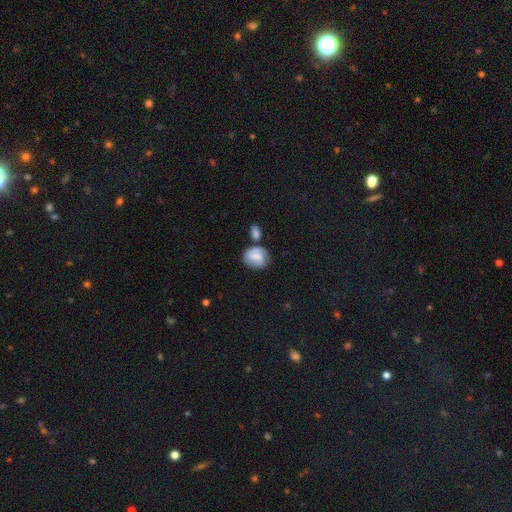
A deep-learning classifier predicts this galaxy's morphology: smooth-or-featured: smooth: 53% | featured or disk: 38% | star or artifact: 8%
  how-rounded: round: 54% | in between: 44% | cigar-shaped: 1%
  merging: none: 51% | minor disturbance: 22% | merger: 19% | major disturbance: 9%